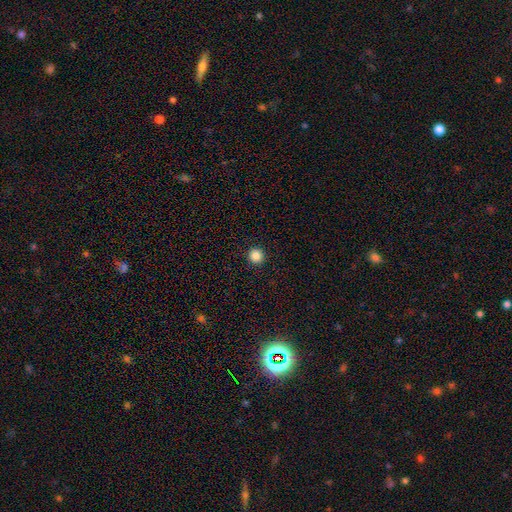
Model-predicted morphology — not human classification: smooth-or-featured: smooth: 85% | star or artifact: 11% | featured or disk: 4%
  how-rounded: round: 95% | in between: 4% | cigar-shaped: 1%
  merging: none: 94% | minor disturbance: 4% | major disturbance: 1% | merger: 1%